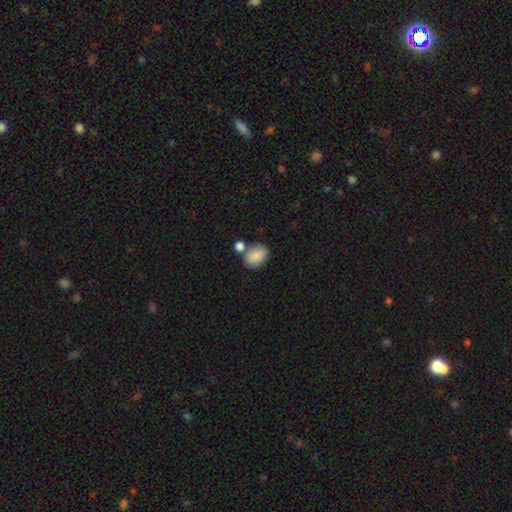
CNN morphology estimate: A smooth galaxy with no disk features (85%) that is in between round and cigar-shaped (79%). Merging: none (58%).